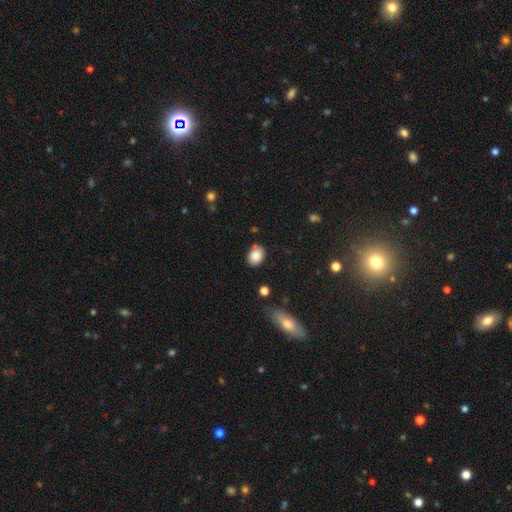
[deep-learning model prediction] smooth 86%, star or artifact 9%, featured or disk 5%. Down the decision tree: how rounded — in between (54%); merging — none (70%).